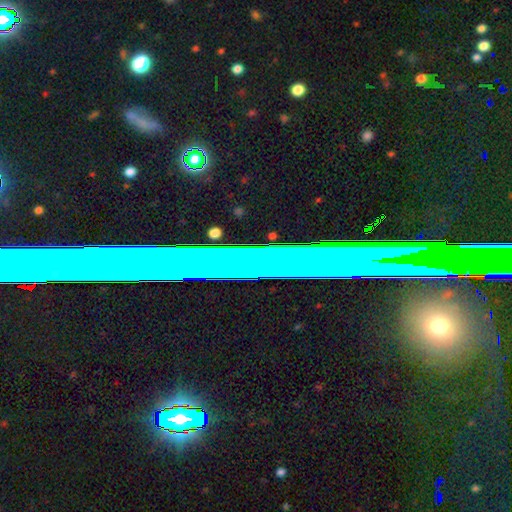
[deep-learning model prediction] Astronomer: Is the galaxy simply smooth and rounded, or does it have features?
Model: star or artifact — 56%.